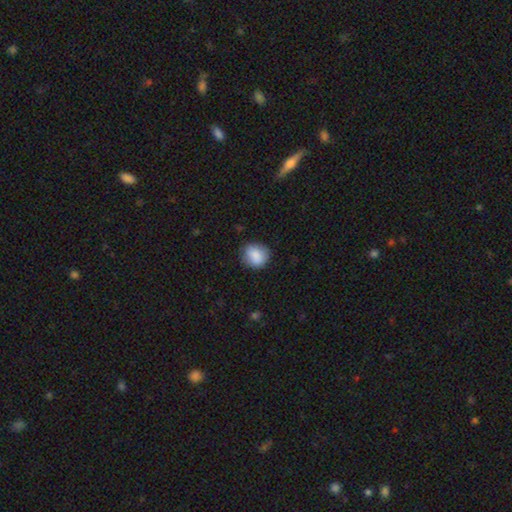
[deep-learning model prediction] Morphology: type=smooth (86%); roundness=round (77%); merging=none (81%).